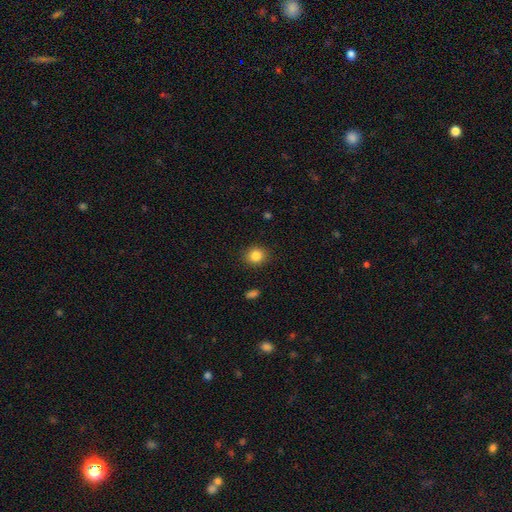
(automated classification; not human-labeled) Smooth or featured? smooth (85%)
How rounded? round (81%)
Merging? none (90%)